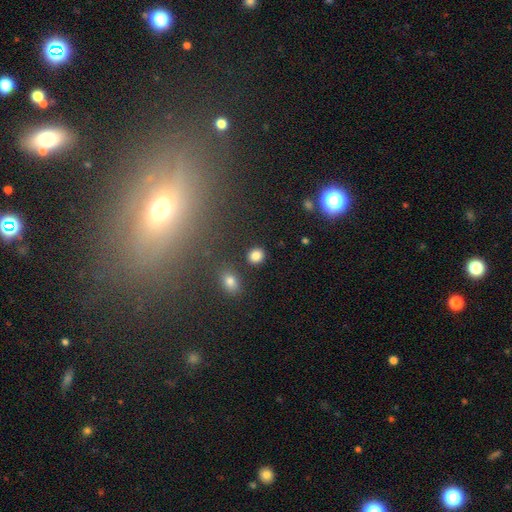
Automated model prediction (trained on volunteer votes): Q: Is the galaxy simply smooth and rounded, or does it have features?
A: smooth — 84%.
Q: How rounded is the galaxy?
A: round — 79%.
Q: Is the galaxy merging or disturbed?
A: none — 87%.